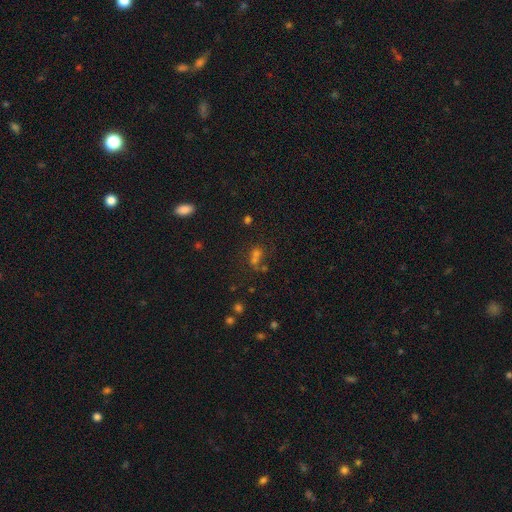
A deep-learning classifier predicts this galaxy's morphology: Q: Smooth or featured?
A: smooth (46%); runner-up: star or artifact (40%)
Q: Merging?
A: none (43%); runner-up: merger (39%)